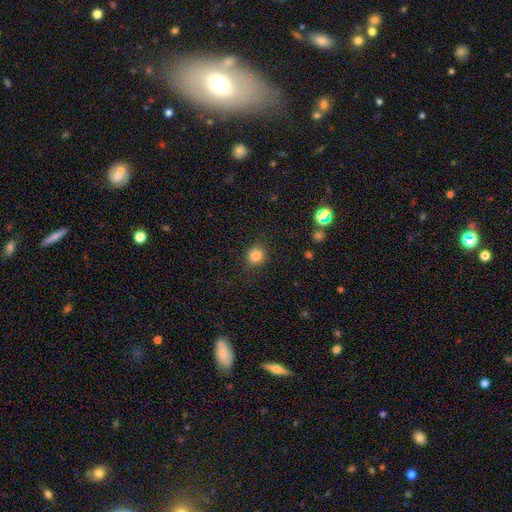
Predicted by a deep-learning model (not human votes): Smooth or featured? smooth (84%)
How rounded? round (88%)
Merging? none (89%)